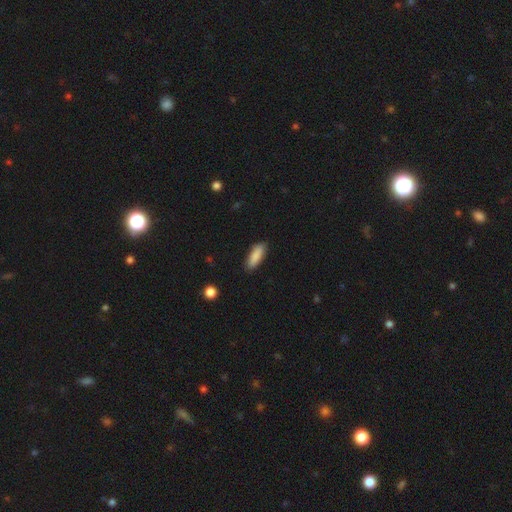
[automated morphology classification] smooth-or-featured: smooth: 88% | star or artifact: 6% | featured or disk: 6%
  how-rounded: in between: 61% | cigar-shaped: 37% | round: 2%
  merging: none: 86% | minor disturbance: 11% | major disturbance: 2% | merger: 1%